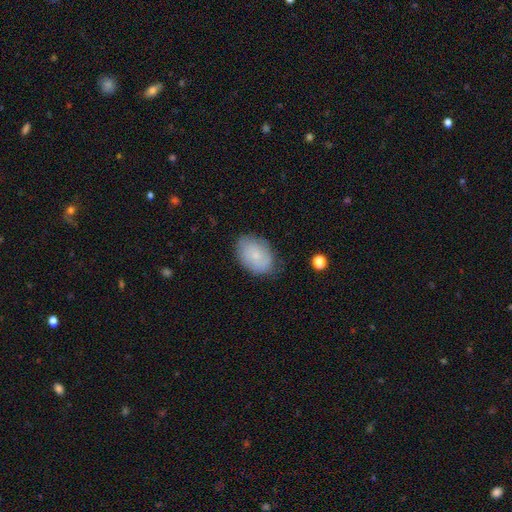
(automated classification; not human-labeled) Smooth or featured? Predicted: smooth (p=0.69). How rounded? Predicted: in between (p=0.82). Merging? Predicted: none (p=0.75).